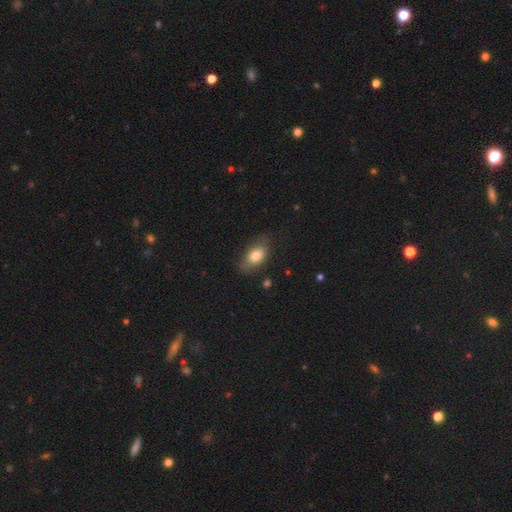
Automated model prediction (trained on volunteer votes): Smooth or featured? Predicted: smooth (p=0.77). How rounded? Predicted: in between (p=0.88). Merging? Predicted: none (p=0.77).